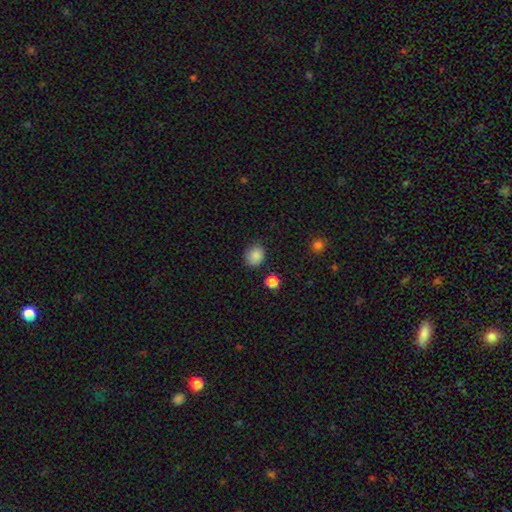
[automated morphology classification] Smooth or featured? Predicted: smooth (p=0.85). How rounded? Predicted: round (p=0.67). Merging? Predicted: none (p=0.78).